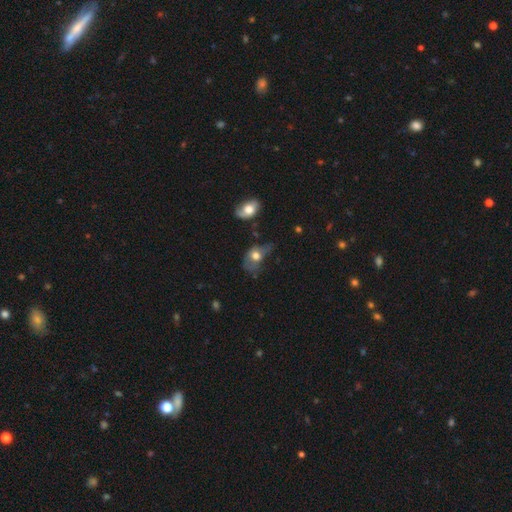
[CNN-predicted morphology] Smooth or featured? smooth (59%)
How rounded? in between (71%)
Merging? major disturbance (41%)